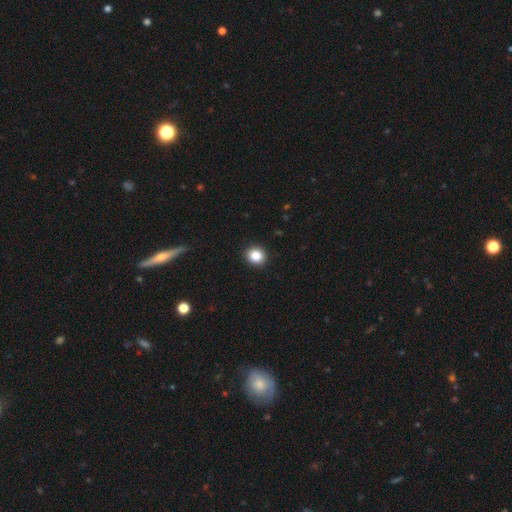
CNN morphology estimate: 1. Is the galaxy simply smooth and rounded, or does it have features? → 86% smooth, 10% star or artifact, 4% featured or disk.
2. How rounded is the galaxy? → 86% round, 13% in between, 1% cigar-shaped.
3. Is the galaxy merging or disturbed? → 92% none, 5% minor disturbance, 2% major disturbance, 1% merger.